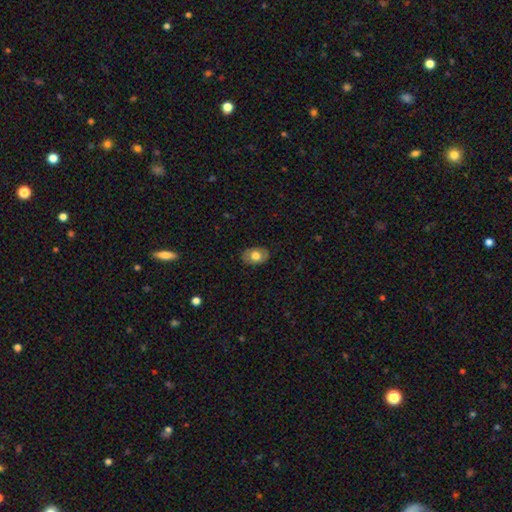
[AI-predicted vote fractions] A smooth galaxy with no disk features (68%) that is in between round and cigar-shaped (81%). Merging: none (84%).